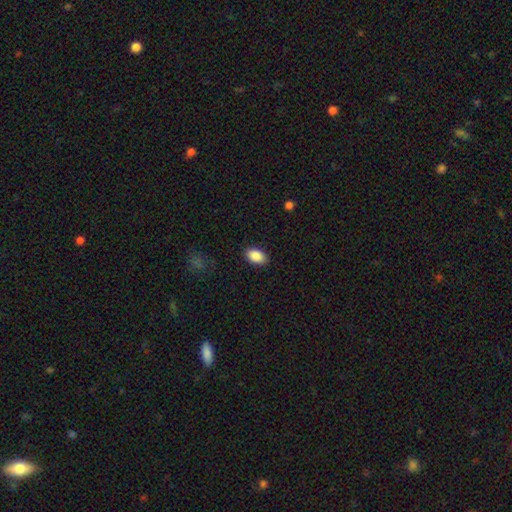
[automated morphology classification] type=smooth (88%); roundness=in between (91%); merging=none (88%).